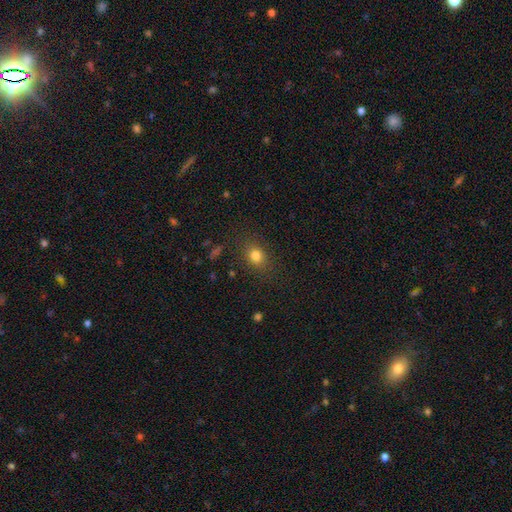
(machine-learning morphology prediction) smooth_or_featured: smooth (p=0.80) [alt: star or artifact p=0.12]
how_rounded: in between (p=0.53) [alt: round p=0.45]
merging: none (p=0.82) [alt: minor disturbance p=0.12]